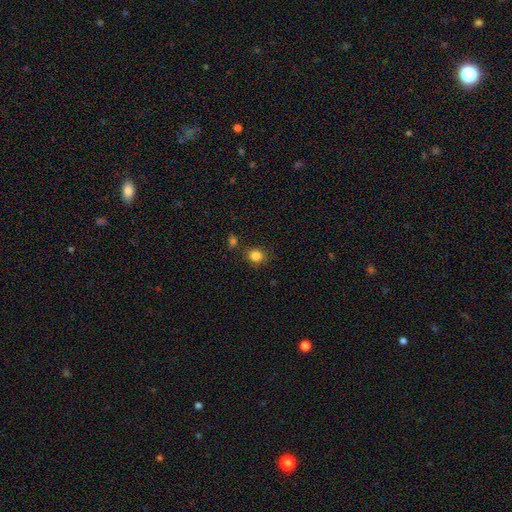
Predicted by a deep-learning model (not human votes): Morphology: type=smooth (84%); roundness=round (76%); merging=none (81%).